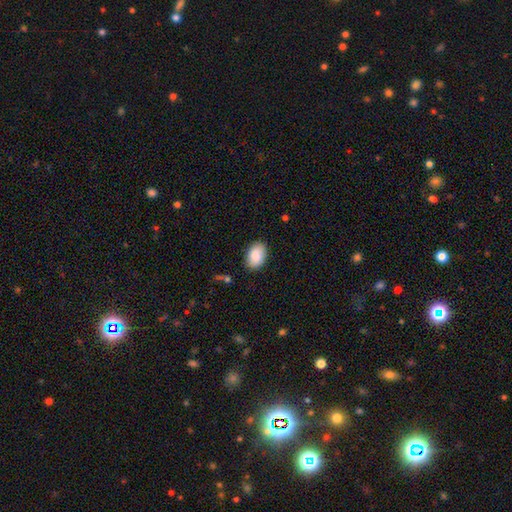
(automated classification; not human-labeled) This appears to be a smooth galaxy with no disk features (87%) that is in between round and cigar-shaped (87%). Merging: none (85%).